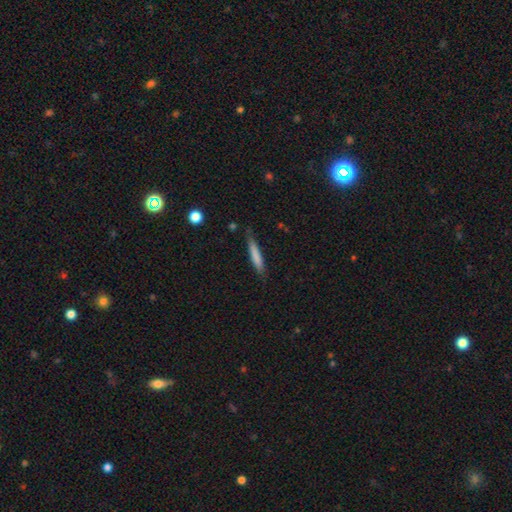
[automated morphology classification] A smooth galaxy with no disk features (76%) that is cigar-shaped (92%). Merging: none (76%).